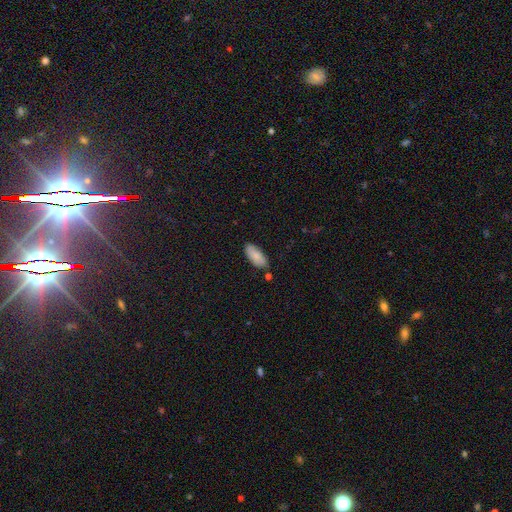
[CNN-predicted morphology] smooth 86%, featured or disk 8%, star or artifact 6%. Down the decision tree: how rounded — in between (85%); merging — none (79%).